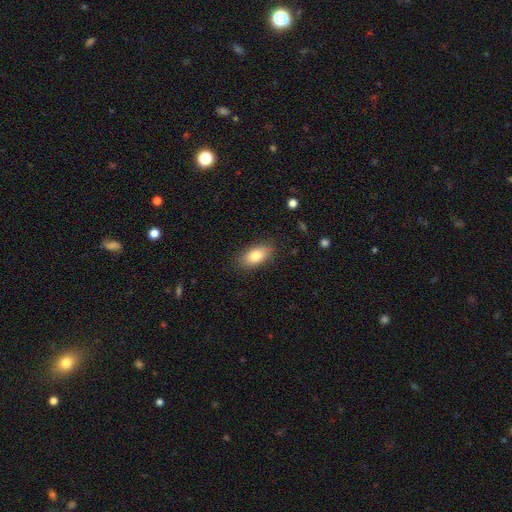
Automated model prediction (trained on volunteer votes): Overall: smooth (81%). How rounded: in between (89%). Merging: none (85%).